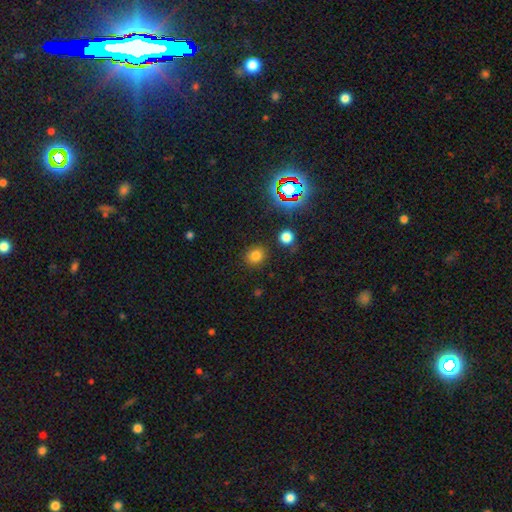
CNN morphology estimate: Overall: smooth (76%). How rounded: round (79%). Merging: none (86%).